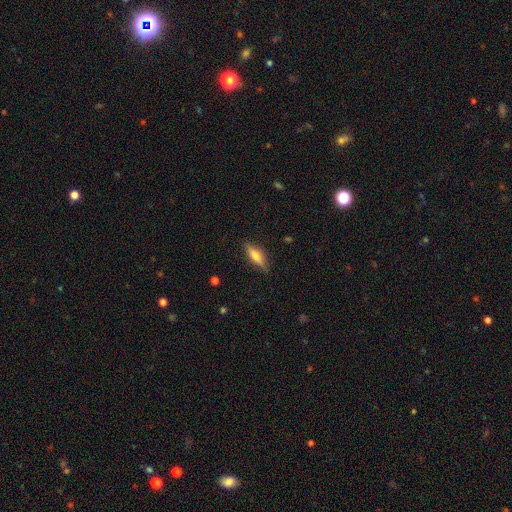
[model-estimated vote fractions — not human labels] Morphology: type=smooth (47%); merging=none (85%).